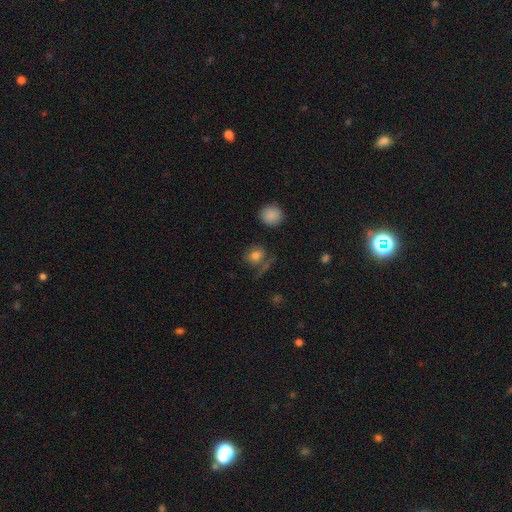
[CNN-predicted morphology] A smooth galaxy with no disk features (75%) that is round (76%). Merging: none (63%).